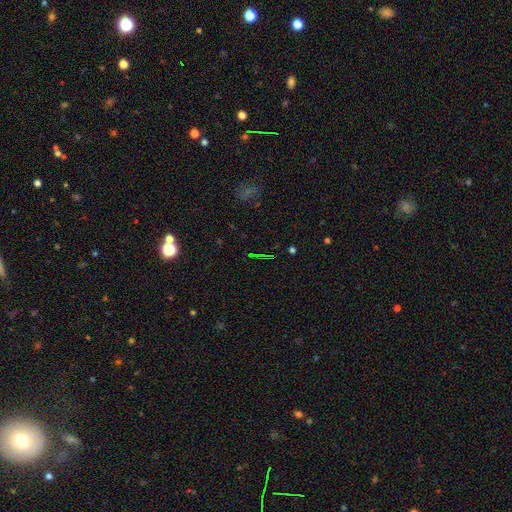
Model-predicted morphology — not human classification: A star or artifact, not a galaxy (71%).